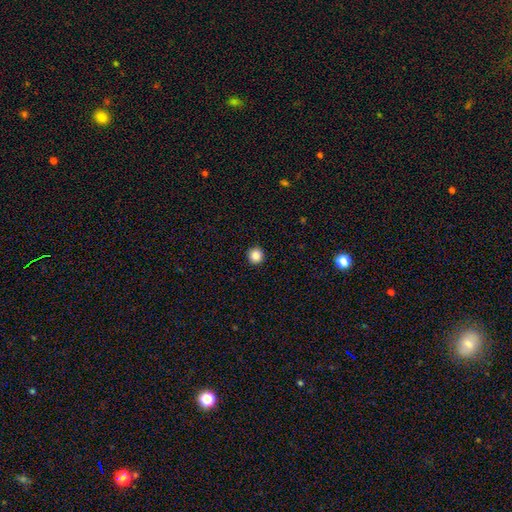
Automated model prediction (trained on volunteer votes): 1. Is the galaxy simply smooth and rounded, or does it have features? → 86% smooth, 10% star or artifact, 3% featured or disk.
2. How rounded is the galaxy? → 96% round, 3% in between, 1% cigar-shaped.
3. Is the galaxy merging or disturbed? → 94% none, 4% minor disturbance, 1% major disturbance, 1% merger.